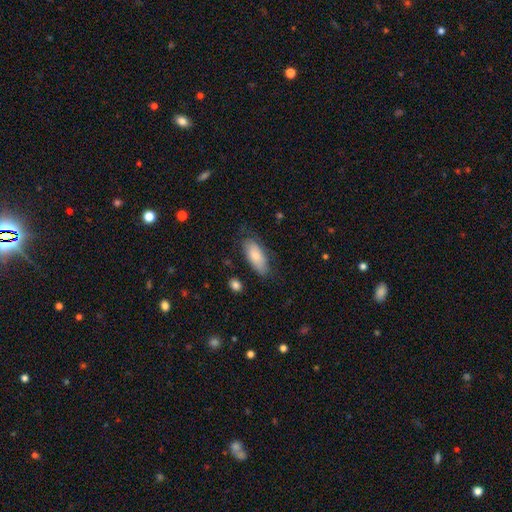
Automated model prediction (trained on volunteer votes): smooth_or_featured: smooth (p=0.78) [alt: featured or disk p=0.16]
how_rounded: in between (p=0.85) [alt: cigar-shaped p=0.13]
merging: none (p=0.66) [alt: minor disturbance p=0.24]